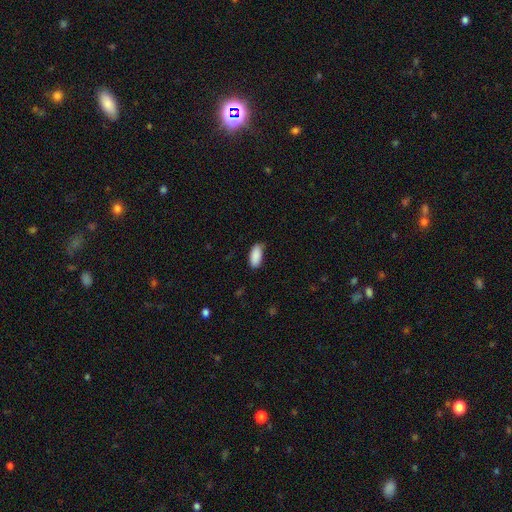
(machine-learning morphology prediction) smooth 90%, star or artifact 7%, featured or disk 4%. Down the decision tree: how rounded — in between (90%); merging — none (76%).